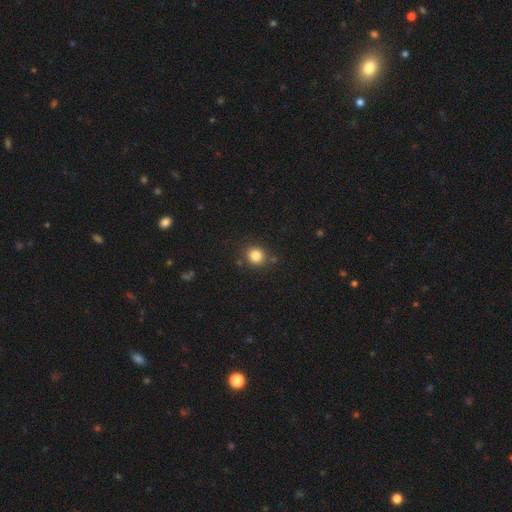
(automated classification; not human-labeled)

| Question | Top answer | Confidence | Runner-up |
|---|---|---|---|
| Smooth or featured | smooth | 83% | star or artifact (12%) |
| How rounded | round | 87% | in between (12%) |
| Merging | none | 83% | minor disturbance (9%) |